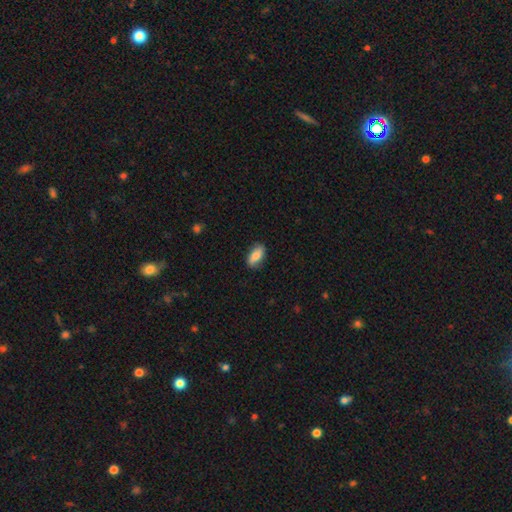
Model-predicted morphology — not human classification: Q: Smooth or featured?
A: smooth (76%); runner-up: featured or disk (18%)
Q: How rounded?
A: in between (88%); runner-up: cigar-shaped (8%)
Q: Merging?
A: none (83%); runner-up: minor disturbance (13%)